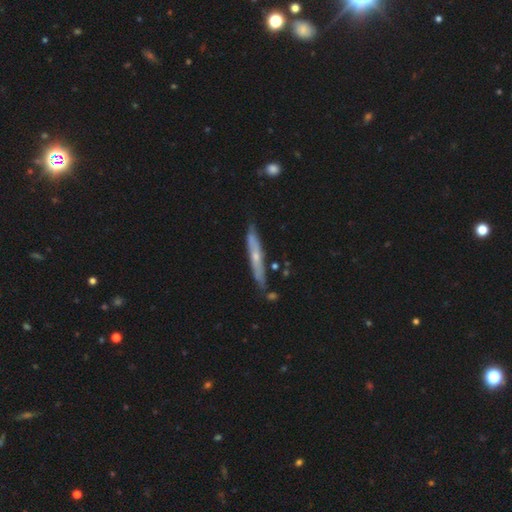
A featured or disk galaxy (69%) viewed edge-on (89%) with no central bulge (46%, tied with rounded). Merging: none (72%).